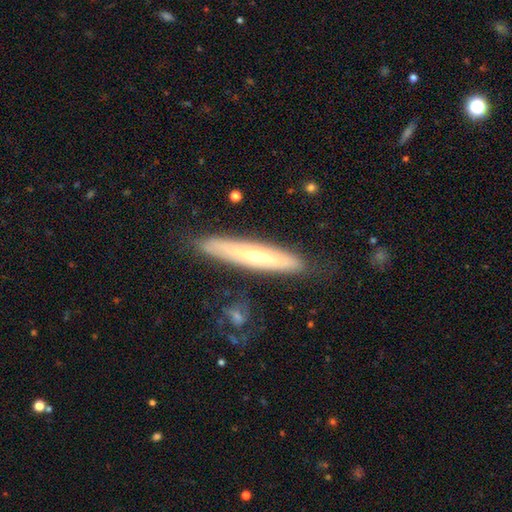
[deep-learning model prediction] Morphology: type=featured or disk (52%); edge-on=yes (76%); merging=none (83%).